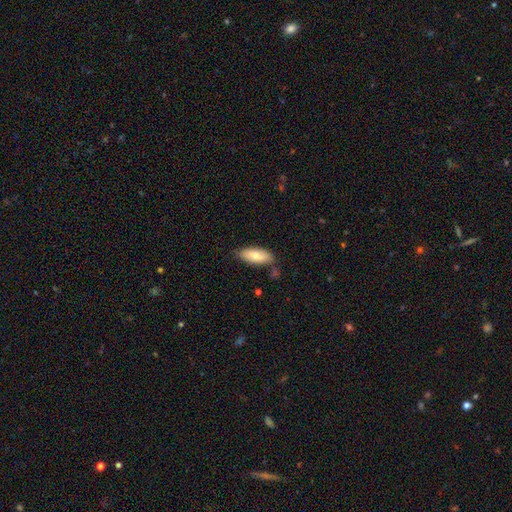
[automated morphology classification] type=smooth (74%); roundness=in between (82%); merging=none (74%).